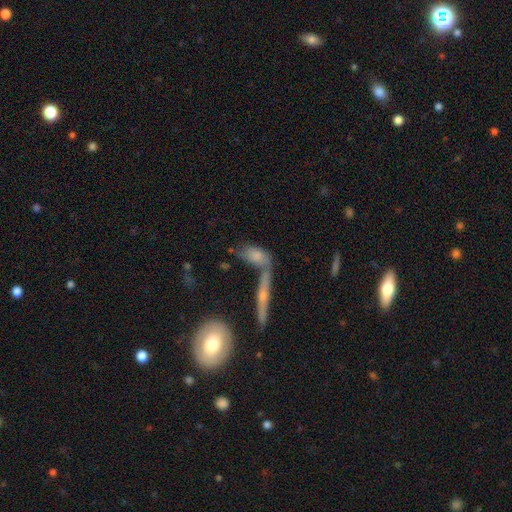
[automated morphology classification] This is likely a smooth galaxy (66%). How rounded: likely in between (74%). Merging: marginally merger (41%).